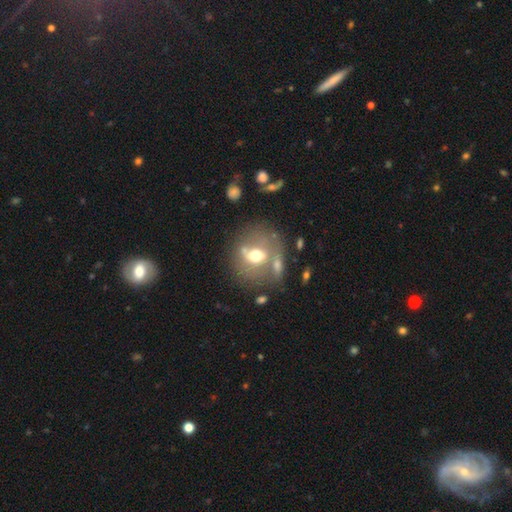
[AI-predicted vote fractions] Morphology: type=smooth (49%); merging=none (57%).